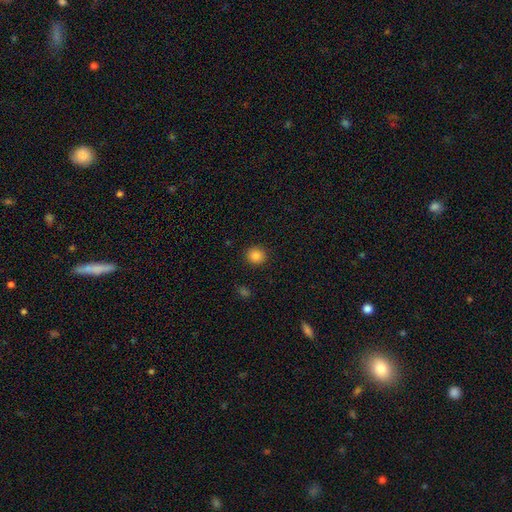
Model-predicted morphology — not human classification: The model was most divided on "how rounded": round: 86%, in between: 13%, cigar-shaped: 1%. More confident: merging — none (91%); smooth or featured — smooth (85%).